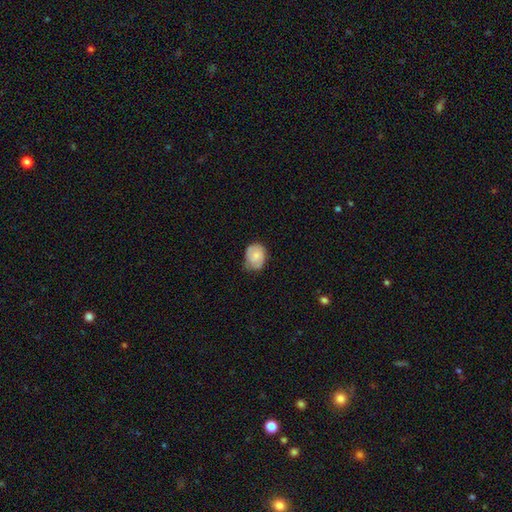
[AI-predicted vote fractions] smooth 72%, featured or disk 21%, star or artifact 7%. Down the decision tree: how rounded — round (52%); merging — none (59%).